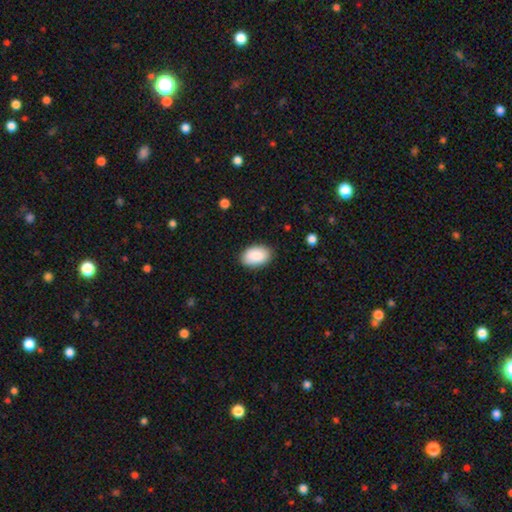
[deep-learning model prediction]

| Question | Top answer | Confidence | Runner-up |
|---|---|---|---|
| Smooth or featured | smooth | 89% | star or artifact (6%) |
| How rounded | in between | 92% | round (7%) |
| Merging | none | 86% | minor disturbance (11%) |